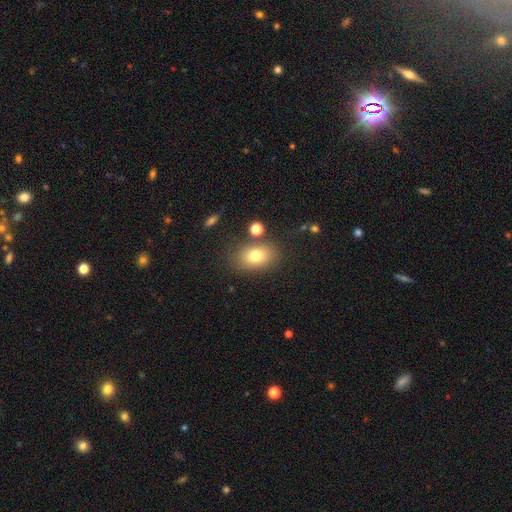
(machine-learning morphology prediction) Smooth or featured? Predicted: smooth (p=0.77). How rounded? Predicted: in between (p=0.80). Merging? Predicted: none (p=0.76).